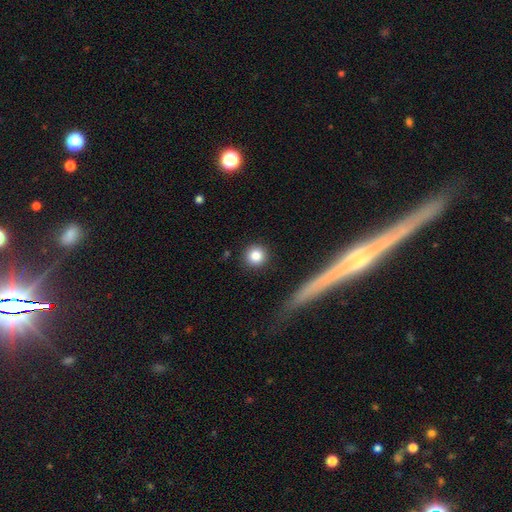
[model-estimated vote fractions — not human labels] Smooth or featured? Predicted: smooth (p=0.84). How rounded? Predicted: round (p=0.94). Merging? Predicted: none (p=0.88).